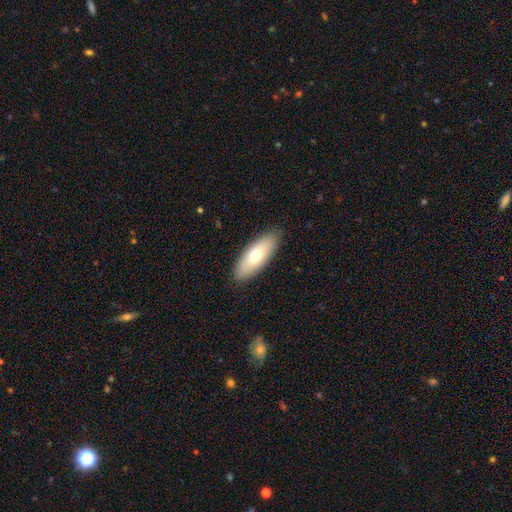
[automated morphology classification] A smooth galaxy with no disk features (70%) that is in between round and cigar-shaped (73%). Merging: none (87%).